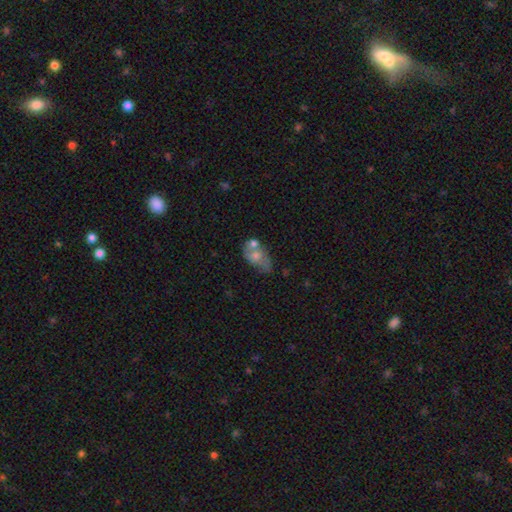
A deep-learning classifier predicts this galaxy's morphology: A smooth galaxy with no disk features (47%). Merging: none (40%).